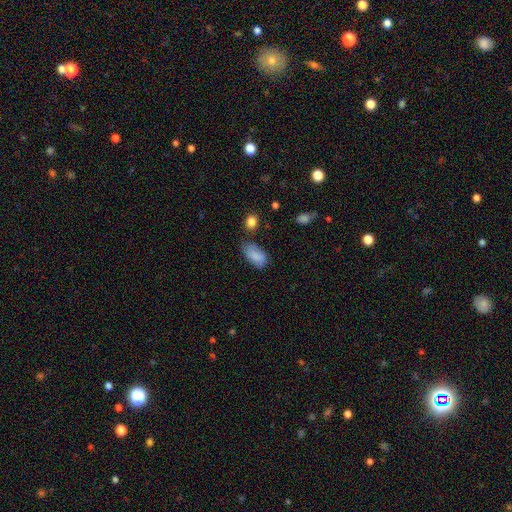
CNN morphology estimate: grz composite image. It shows a smooth galaxy with no disk features (84%) that is in between round and cigar-shaped (93%). Merging: none (58%).